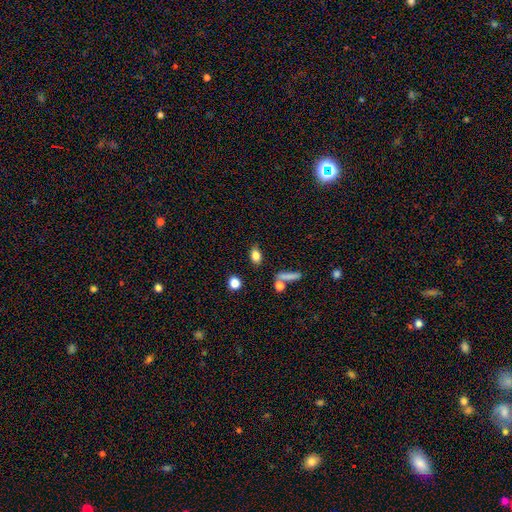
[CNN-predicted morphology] type=smooth (81%); roundness=in between (78%); merging=none (77%).